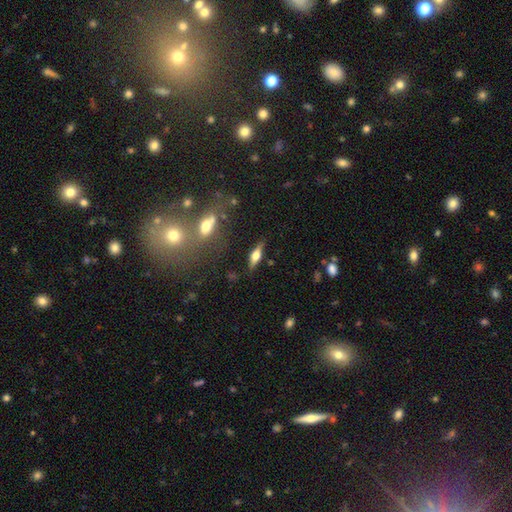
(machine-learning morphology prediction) Smooth or featured? Predicted: featured or disk (p=0.53). Edge-on disk? Predicted: yes (p=0.92). Merging? Predicted: none (p=0.83).